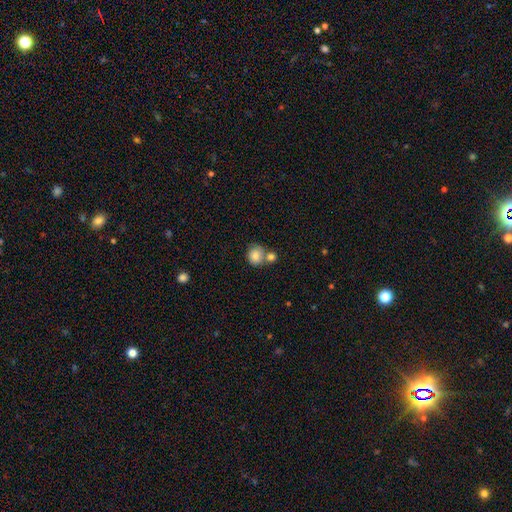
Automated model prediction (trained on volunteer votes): Q: Smooth or featured?
A: smooth (82%); runner-up: featured or disk (9%)
Q: How rounded?
A: round (79%); runner-up: in between (20%)
Q: Merging?
A: none (46%); runner-up: merger (39%)